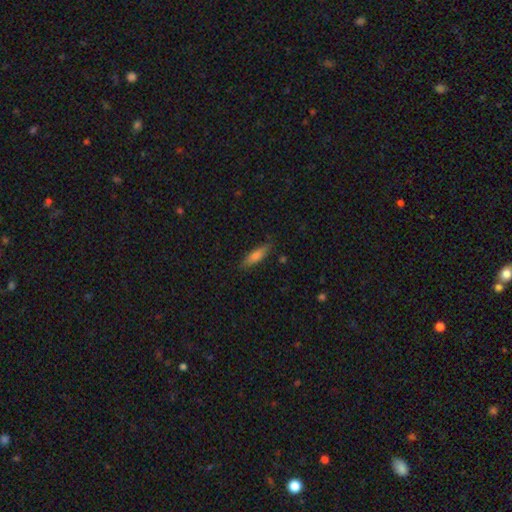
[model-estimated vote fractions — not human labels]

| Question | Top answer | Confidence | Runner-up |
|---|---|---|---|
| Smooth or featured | smooth | 67% | featured or disk (25%) |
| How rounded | cigar-shaped | 65% | in between (32%) |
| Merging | none | 85% | minor disturbance (12%) |